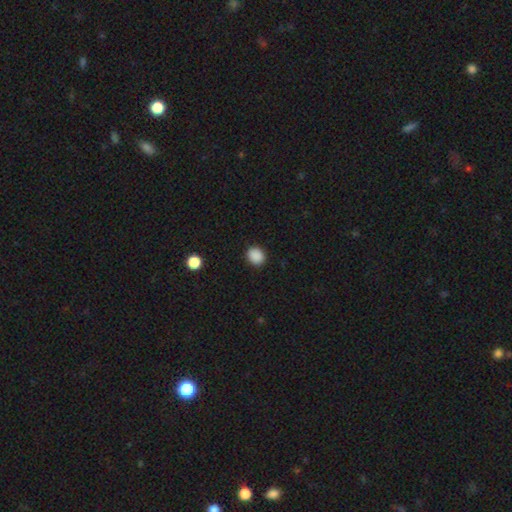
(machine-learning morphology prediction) Smooth or featured?
  - smooth: 88% *
  - star or artifact: 9%
  - featured or disk: 2%
How rounded?
  - round: 67% *
  - in between: 32%
  - cigar-shaped: 1%
Merging?
  - none: 90% *
  - minor disturbance: 7%
  - major disturbance: 2%
  - merger: 1%